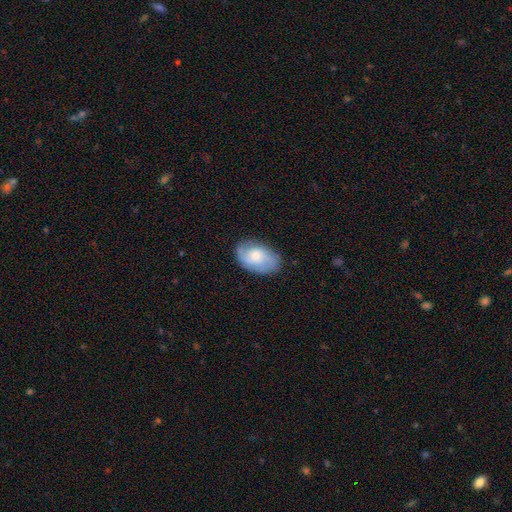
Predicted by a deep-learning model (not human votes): This is possibly a featured or disk galaxy (53%). It is clearly not viewed edge-on (95%). Bar: likely no (73%). Spiral arm pattern: clearly yes (83%). Central bulge: possibly moderate (51%). Merging: likely none (74%).